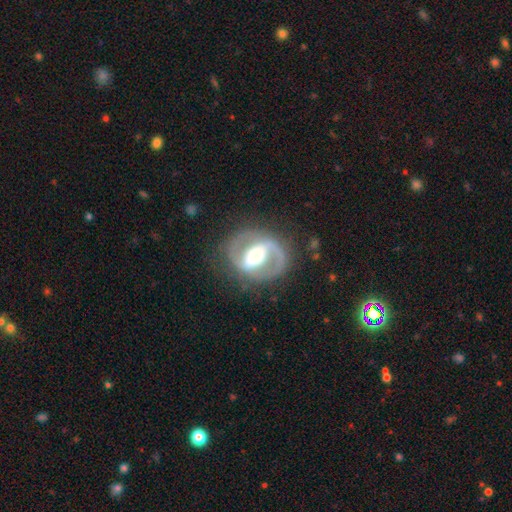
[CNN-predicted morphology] Smooth or featured? featured or disk (85%)
Edge-on disk? no (97%)
Bar? strong (48%)
Spiral arms? yes (84%)
Spiral winding? medium (52%)
Spiral arm count? 2 (89%)
Bulge size? moderate (67%)
Merging? none (79%)